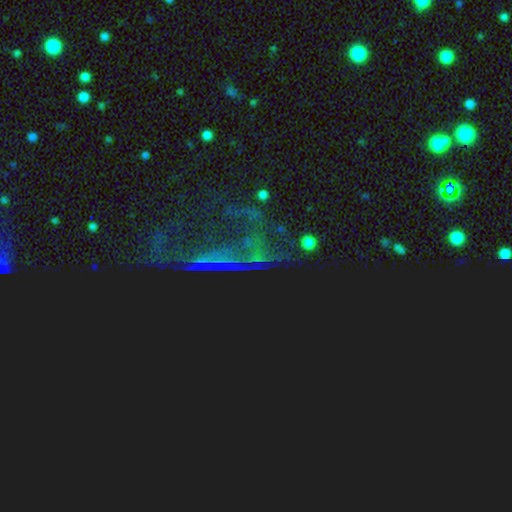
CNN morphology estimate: Smooth or featured? star or artifact (59%)